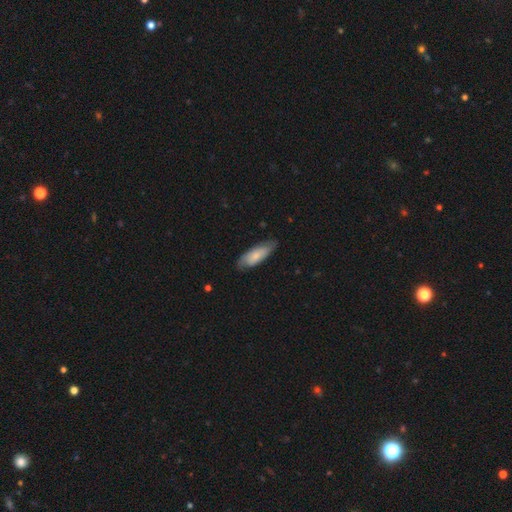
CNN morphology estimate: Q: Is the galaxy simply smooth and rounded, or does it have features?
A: smooth — 68%.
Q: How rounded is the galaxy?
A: in between — 66%.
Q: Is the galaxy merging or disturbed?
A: none — 73%.